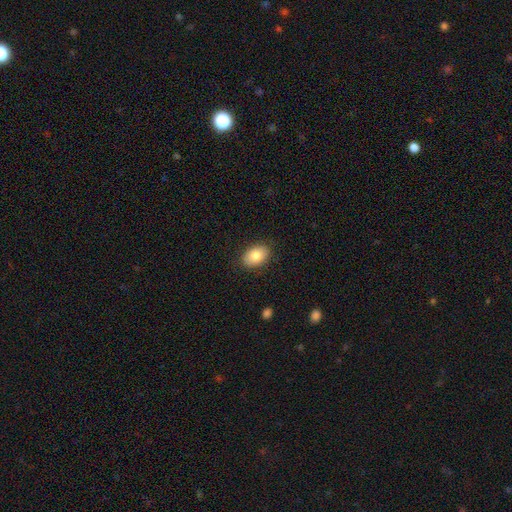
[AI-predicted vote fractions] smooth-or-featured: smooth: 82% | featured or disk: 11% | star or artifact: 7%
  how-rounded: in between: 85% | round: 14% | cigar-shaped: 1%
  merging: none: 88% | minor disturbance: 9% | major disturbance: 2% | merger: 1%